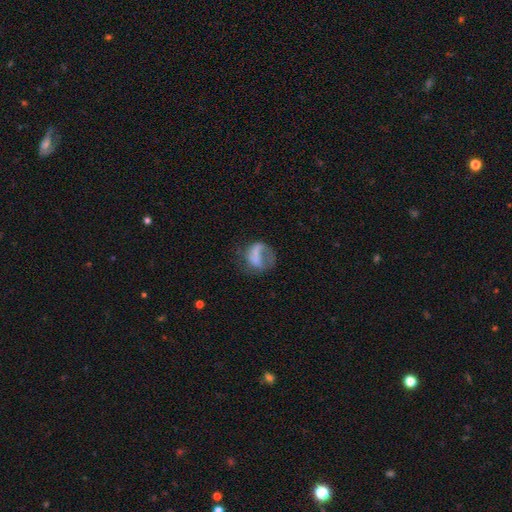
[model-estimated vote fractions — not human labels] Smooth or featured? Predicted: smooth (p=0.48). Merging? Predicted: major disturbance (p=0.46).